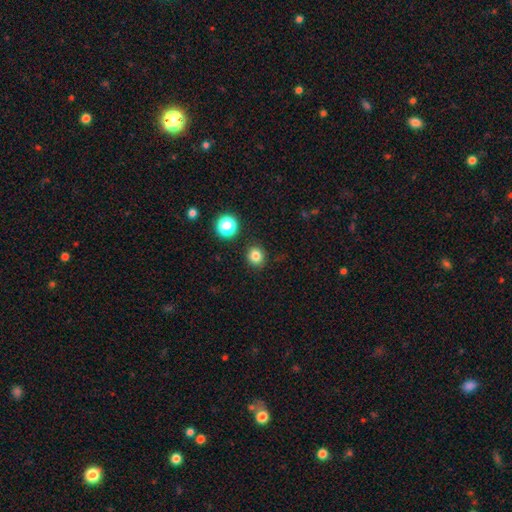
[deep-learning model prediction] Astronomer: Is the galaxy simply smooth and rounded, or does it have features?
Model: smooth — 80%.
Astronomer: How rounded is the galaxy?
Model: round — 82%.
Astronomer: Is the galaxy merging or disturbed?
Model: none — 89%.